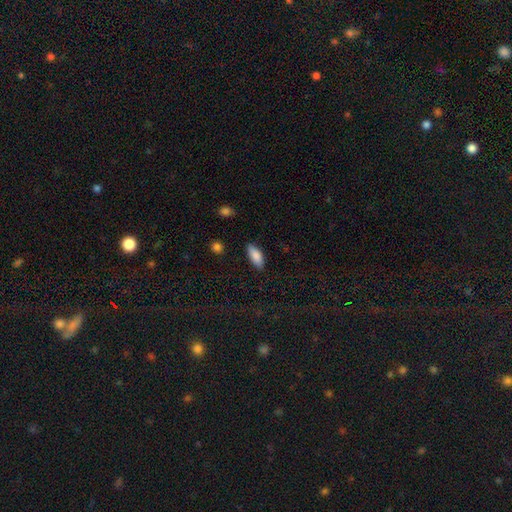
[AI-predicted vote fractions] Smooth or featured: smooth — 86% (featured or disk — 8%)
How rounded: in between — 81% (cigar-shaped — 17%)
Merging: none — 85% (minor disturbance — 12%)